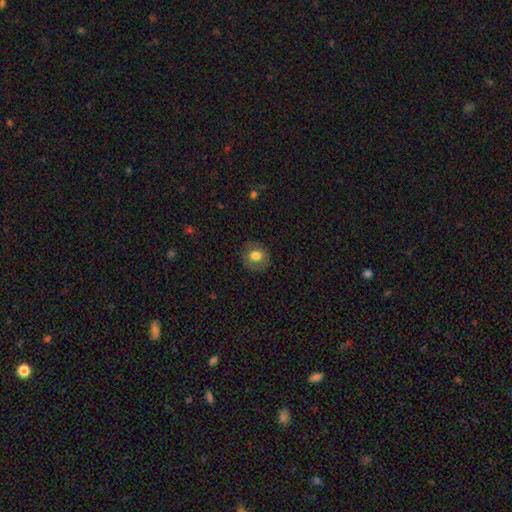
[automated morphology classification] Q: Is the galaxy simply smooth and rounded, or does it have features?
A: smooth — 73%.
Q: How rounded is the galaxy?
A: round — 77%.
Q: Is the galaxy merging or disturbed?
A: none — 82%.